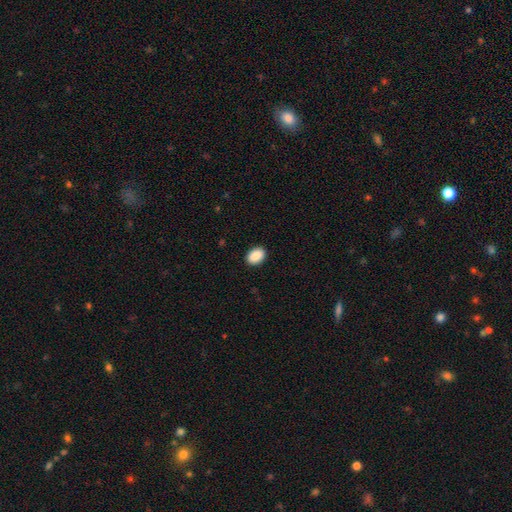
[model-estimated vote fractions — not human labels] Smooth or featured? smooth (90%)
How rounded? in between (81%)
Merging? none (91%)